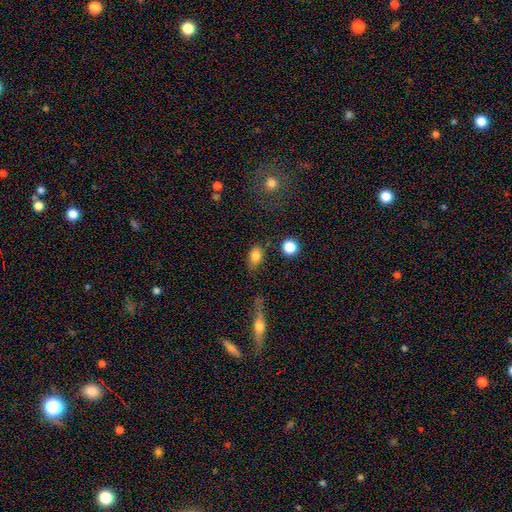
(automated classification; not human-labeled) Smooth or featured? smooth (82%)
How rounded? in between (75%)
Merging? none (71%)